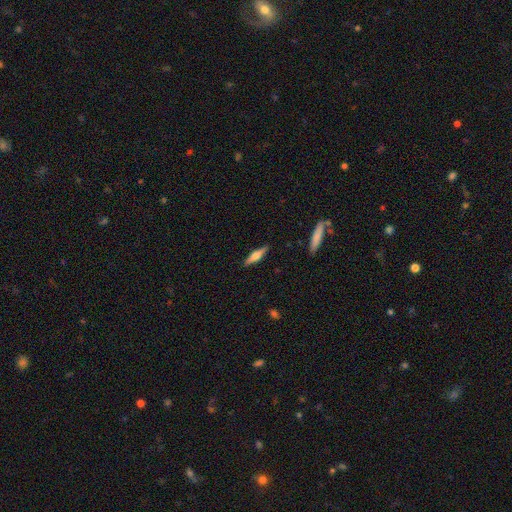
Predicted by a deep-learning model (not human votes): This is possibly a featured or disk galaxy (53%). It is clearly viewed edge-on (96%). Edge-on bulge: clearly rounded (81%). Merging: clearly none (89%).